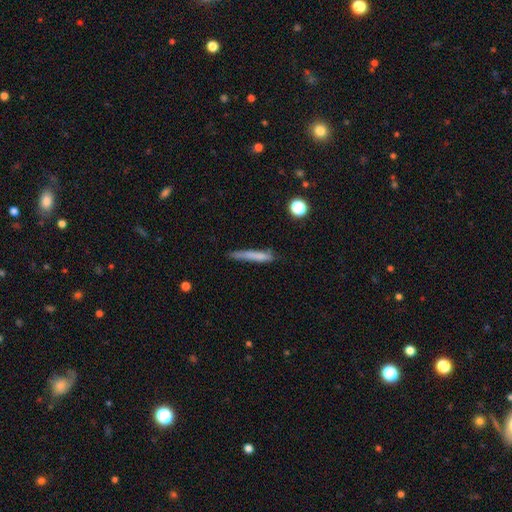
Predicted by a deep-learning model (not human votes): Smooth or featured: smooth — 71% (featured or disk — 21%)
How rounded: cigar-shaped — 93% (in between — 5%)
Merging: none — 64% (minor disturbance — 26%)